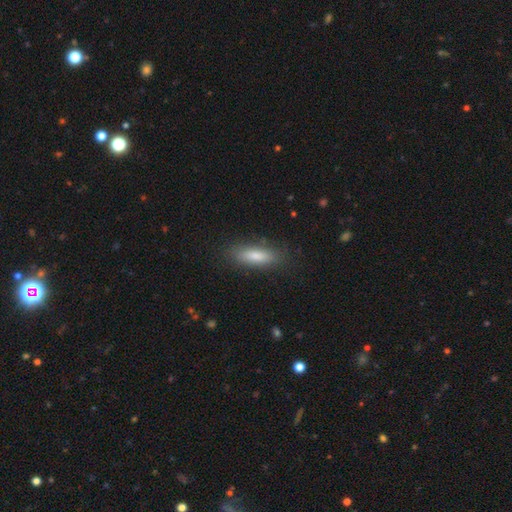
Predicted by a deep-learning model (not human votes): This is likely a smooth galaxy (76%). How rounded: possibly cigar-shaped (54%). Merging: clearly none (85%).